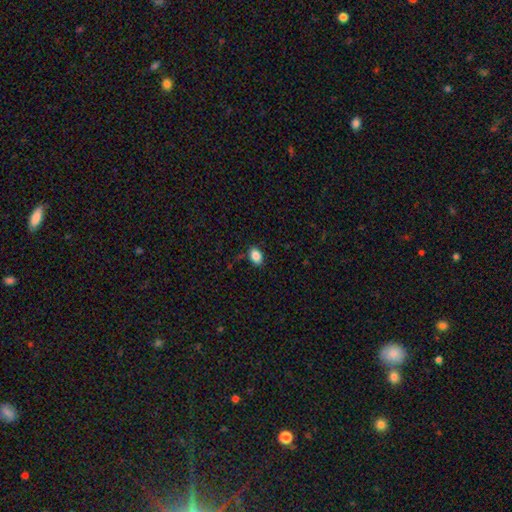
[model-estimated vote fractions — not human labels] Q: Smooth or featured?
A: smooth (87%); runner-up: star or artifact (9%)
Q: How rounded?
A: in between (85%); runner-up: round (14%)
Q: Merging?
A: none (83%); runner-up: minor disturbance (12%)